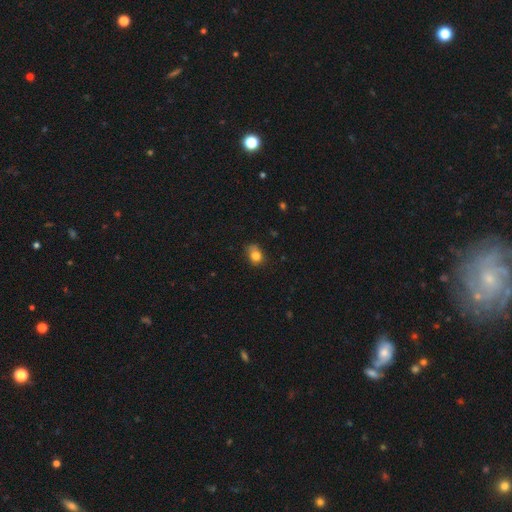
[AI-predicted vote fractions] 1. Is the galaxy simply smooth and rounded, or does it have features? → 80% smooth, 11% star or artifact, 9% featured or disk.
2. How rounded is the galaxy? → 50% round, 49% in between, 1% cigar-shaped.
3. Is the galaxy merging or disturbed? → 54% none, 33% minor disturbance, 9% major disturbance, 3% merger.